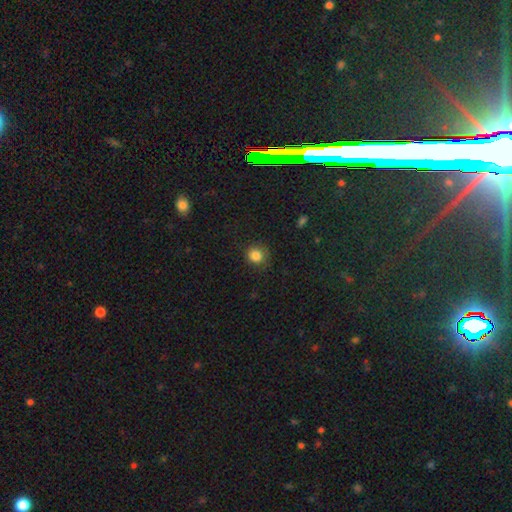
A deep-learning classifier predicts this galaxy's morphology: The model was most divided on "merging": none: 84%, minor disturbance: 12%, major disturbance: 3%, merger: 1%. More confident: how rounded — round (87%); smooth or featured — smooth (84%).